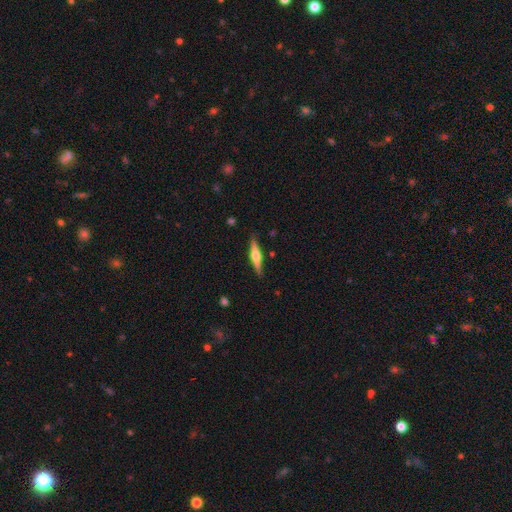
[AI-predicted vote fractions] Smooth or featured: featured or disk — 61% (smooth — 33%)
Edge-on disk: yes — 97% (no — 3%)
Edge-on bulge: rounded — 90% (boxy — 7%)
Merging: none — 88% (minor disturbance — 9%)